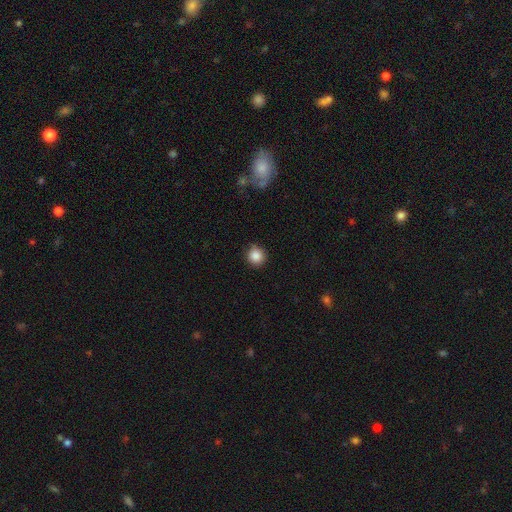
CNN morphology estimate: Smooth or featured: smooth — 86% (star or artifact — 10%)
How rounded: round — 94% (in between — 5%)
Merging: none — 85% (minor disturbance — 11%)